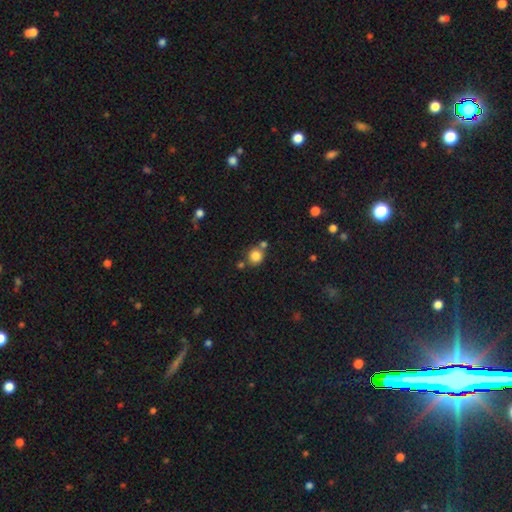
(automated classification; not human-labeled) Smooth or featured?
  - smooth: 83% *
  - star or artifact: 11%
  - featured or disk: 6%
How rounded?
  - round: 86% *
  - in between: 13%
  - cigar-shaped: 1%
Merging?
  - none: 69% *
  - merger: 18%
  - minor disturbance: 10%
  - major disturbance: 3%